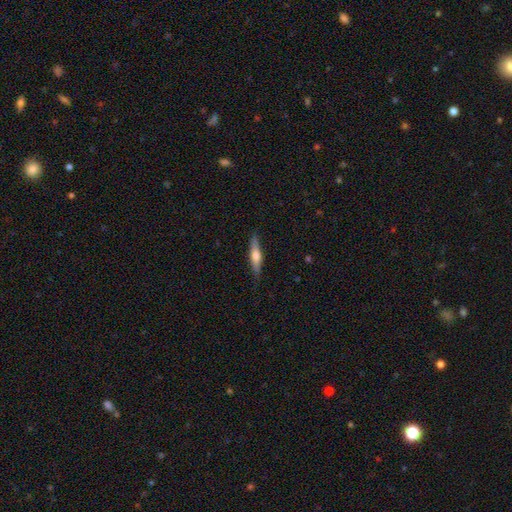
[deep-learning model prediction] A featured or disk galaxy (48%). Merging: none (85%).